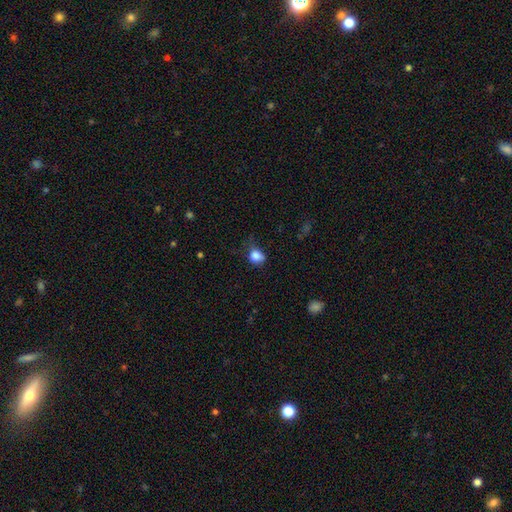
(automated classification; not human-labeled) Q: Smooth or featured?
A: smooth (84%); runner-up: star or artifact (10%)
Q: How rounded?
A: round (59%); runner-up: in between (39%)
Q: Merging?
A: none (45%); runner-up: minor disturbance (35%)